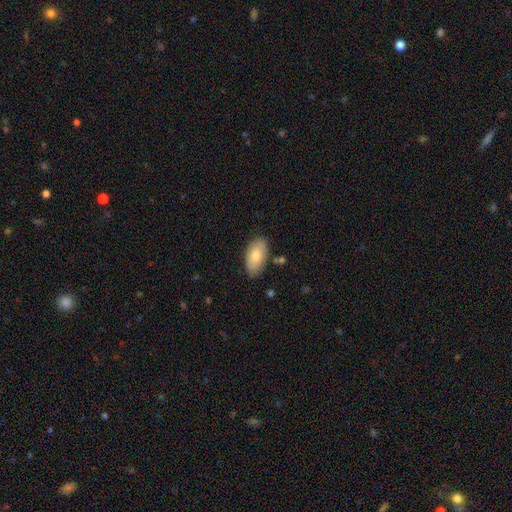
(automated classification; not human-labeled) smooth-or-featured: smooth: 79% | featured or disk: 15% | star or artifact: 6%
  how-rounded: in between: 94% | round: 3% | cigar-shaped: 3%
  merging: none: 81% | minor disturbance: 14% | major disturbance: 3% | merger: 2%